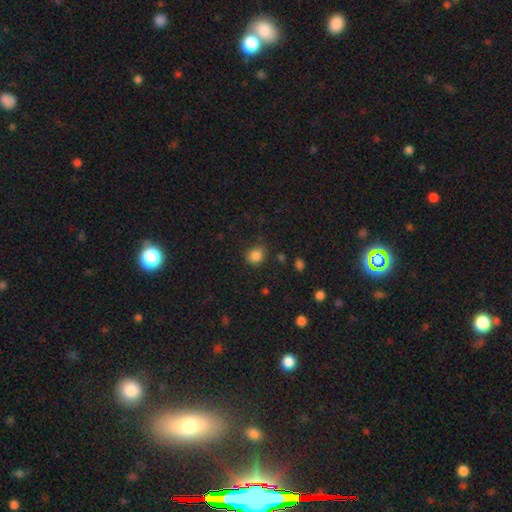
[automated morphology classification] The model was most divided on "merging": none: 74%, minor disturbance: 19%, major disturbance: 5%, merger: 2%. More confident: smooth or featured — smooth (84%); how rounded — round (80%).